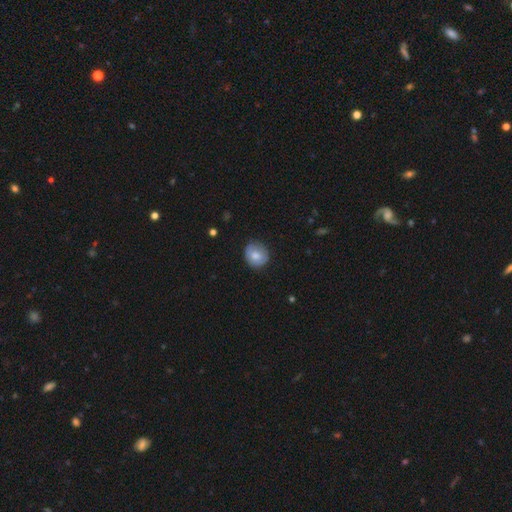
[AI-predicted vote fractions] A smooth galaxy with no disk features (71%) that is round (82%).

Vote fractions:
- Smooth or featured? smooth: 71% / featured or disk: 22% / star or artifact: 7%
- How rounded? round: 82% / in between: 17% / cigar-shaped: 1%
- Merging? none: 77% / minor disturbance: 18% / major disturbance: 3% / merger: 1%